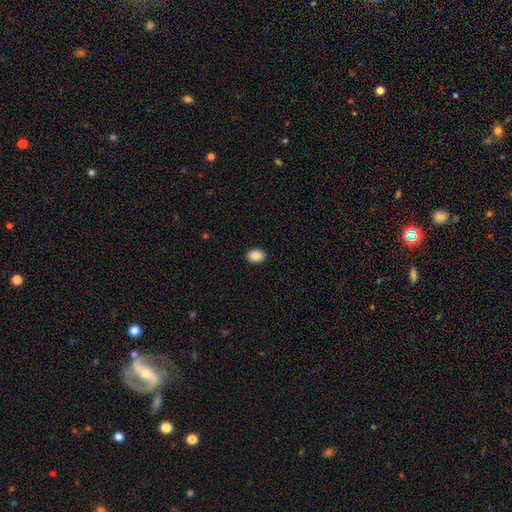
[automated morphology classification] type=smooth (89%); roundness=in between (67%); merging=none (91%).